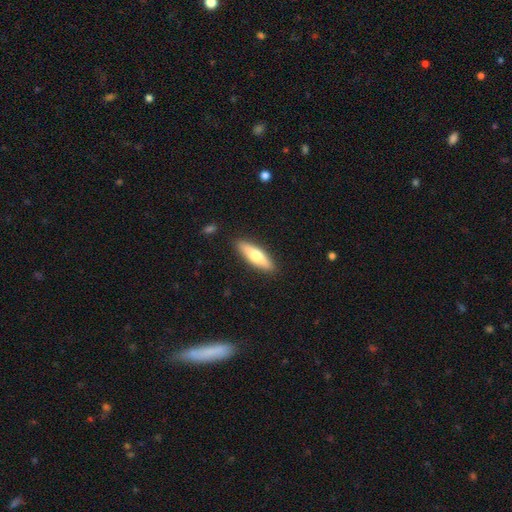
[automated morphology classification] smooth_or_featured: smooth (p=0.60) [alt: featured or disk p=0.35]
how_rounded: cigar-shaped (p=0.64) [alt: in between p=0.35]
merging: none (p=0.89) [alt: minor disturbance p=0.08]